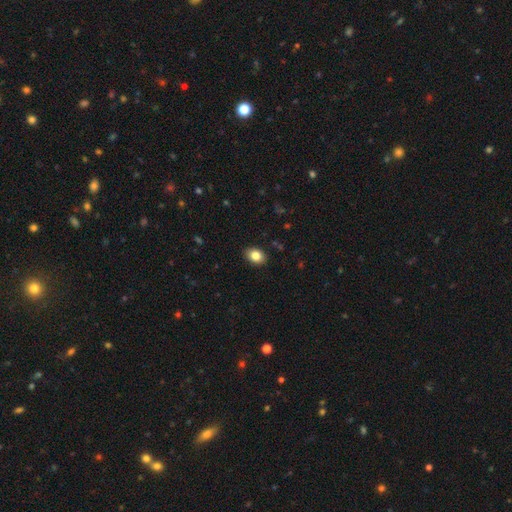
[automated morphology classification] Overall: smooth (84%). How rounded: in between (75%). Merging: none (89%).